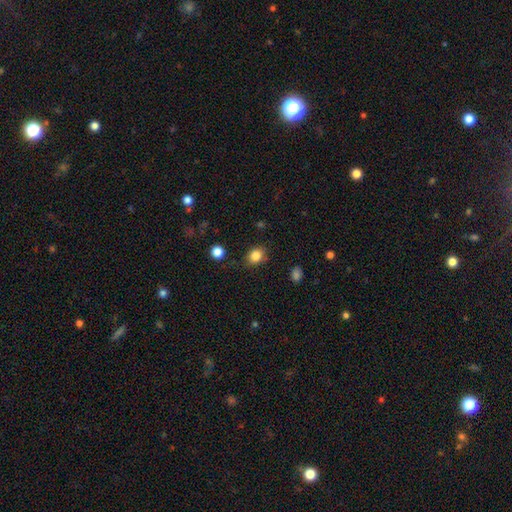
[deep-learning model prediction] Smooth or featured? smooth (84%)
How rounded? round (51%)
Merging? none (80%)